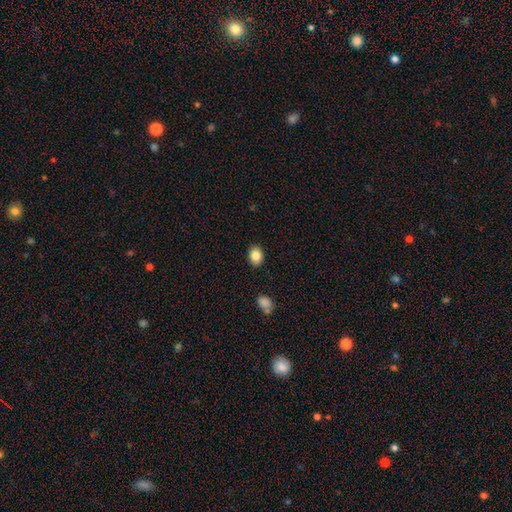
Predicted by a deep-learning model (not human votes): Overall: smooth (84%). How rounded: in between (65%; round 34%). Merging: none (88%).